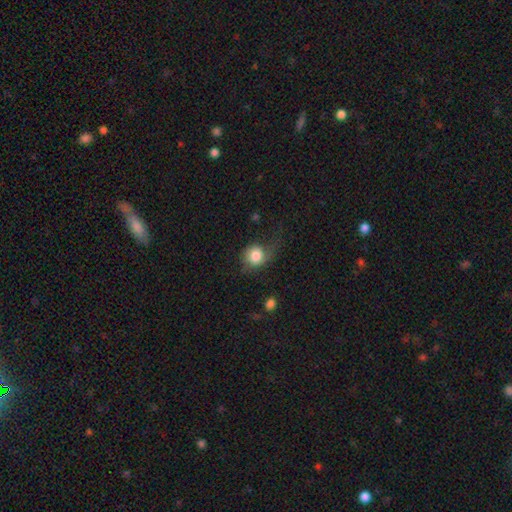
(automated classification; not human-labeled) A smooth galaxy with no disk features (79%) that is round (73%). Merging: none (39%).